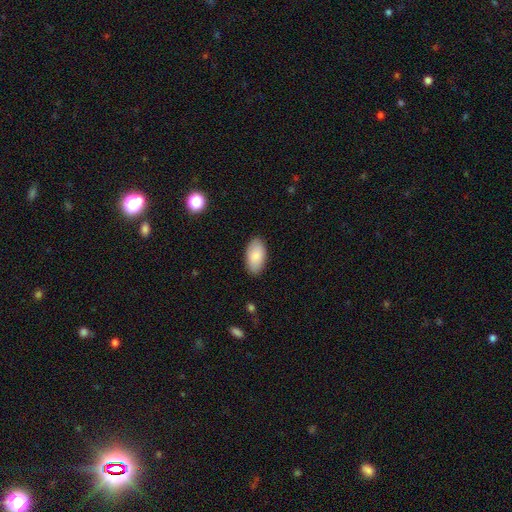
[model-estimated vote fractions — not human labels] A smooth galaxy with no disk features (84%) that is in between round and cigar-shaped (95%). Merging: none (87%).